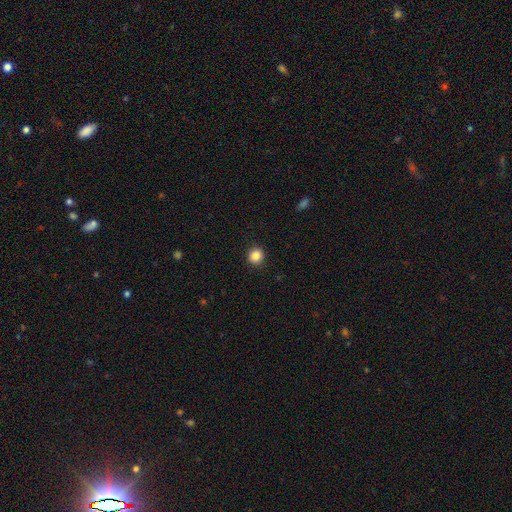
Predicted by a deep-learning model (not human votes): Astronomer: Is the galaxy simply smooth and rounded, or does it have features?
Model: smooth — 86%.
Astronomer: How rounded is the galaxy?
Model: round — 92%.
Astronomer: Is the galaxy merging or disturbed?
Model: none — 92%.